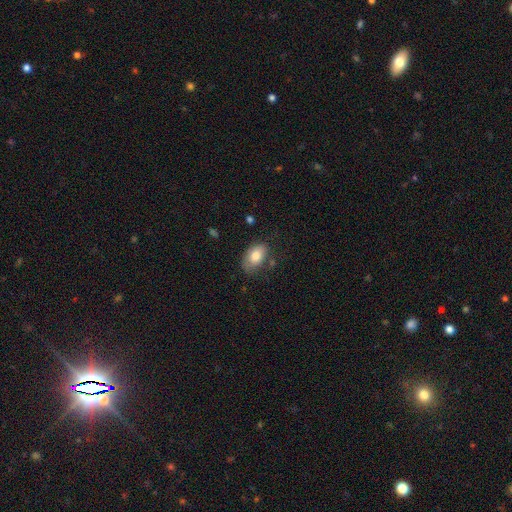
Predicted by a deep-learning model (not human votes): Smooth or featured: smooth — 80% (featured or disk — 13%)
How rounded: in between — 90% (round — 9%)
Merging: none — 66% (minor disturbance — 24%)